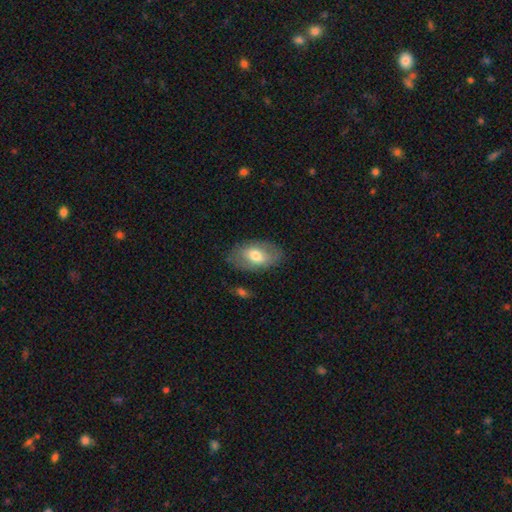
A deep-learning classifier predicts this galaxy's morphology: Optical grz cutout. It shows a smooth galaxy with no disk features (62%) that is in between round and cigar-shaped (92%). Merging: none (77%).